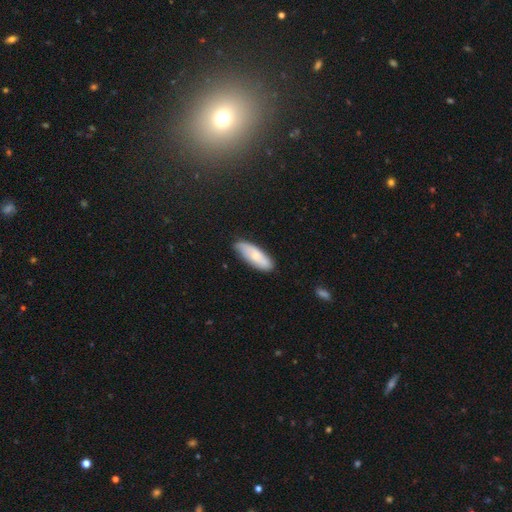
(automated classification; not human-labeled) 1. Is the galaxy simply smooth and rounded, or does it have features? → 63% smooth, 31% featured or disk, 6% star or artifact.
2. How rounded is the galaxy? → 64% in between, 34% cigar-shaped, 2% round.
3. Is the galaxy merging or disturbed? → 73% none, 22% minor disturbance, 3% major disturbance, 2% merger.